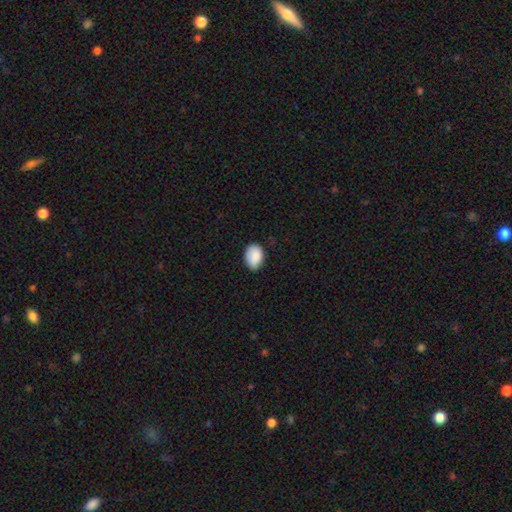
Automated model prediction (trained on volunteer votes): This appears to be a smooth galaxy with no disk features (89%) that is in between round and cigar-shaped (84%). Merging: none (76%).